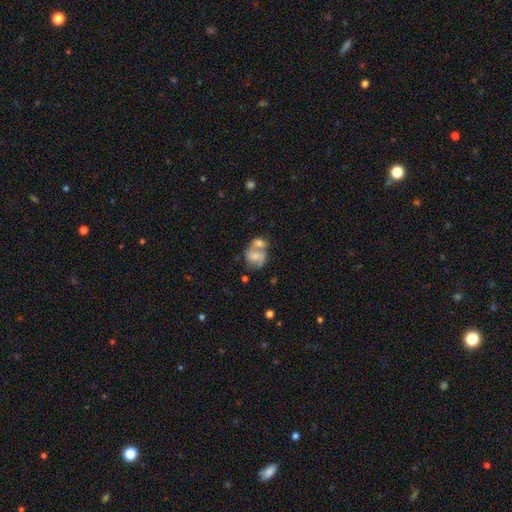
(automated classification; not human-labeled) A featured or disk galaxy (50%).

Vote fractions:
- Smooth or featured? featured or disk: 50% / smooth: 42% / star or artifact: 8%
- Merging? merger: 58% / none: 24% / minor disturbance: 11% / major disturbance: 7%